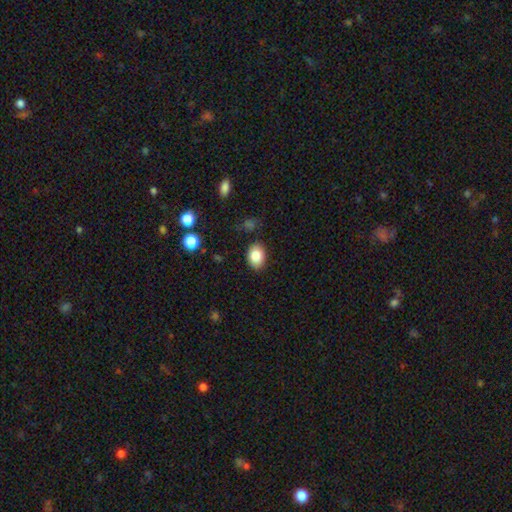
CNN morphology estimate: This is clearly a smooth galaxy (84%). How rounded: likely in between (73%). Merging: clearly none (84%).